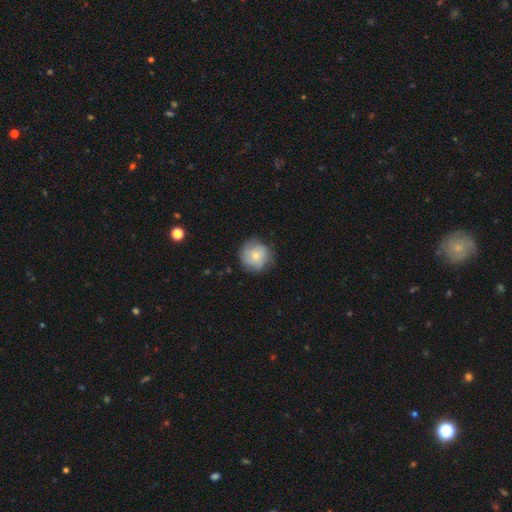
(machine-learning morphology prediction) Smooth or featured? Predicted: smooth (p=0.63). How rounded? Predicted: round (p=0.93). Merging? Predicted: none (p=0.78).